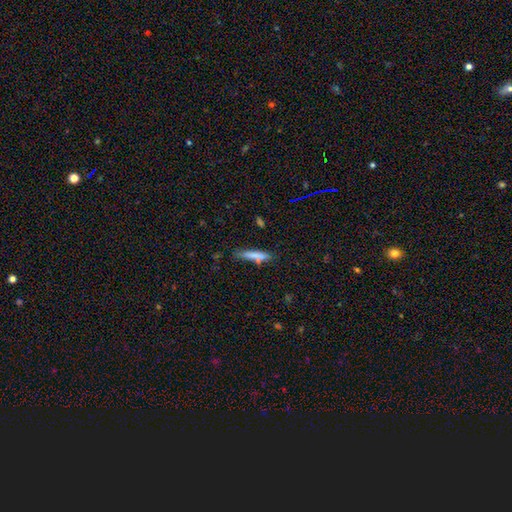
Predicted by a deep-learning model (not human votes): The model was most divided on "merging": none: 71%, minor disturbance: 19%, merger: 6%, major disturbance: 4%. More confident: how rounded — cigar-shaped (85%); smooth or featured — smooth (77%).